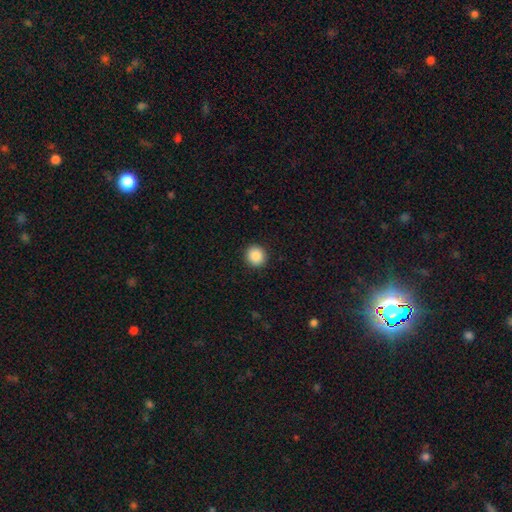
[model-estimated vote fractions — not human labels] This is clearly a smooth galaxy (88%). How rounded: clearly round (89%). Merging: clearly none (92%).